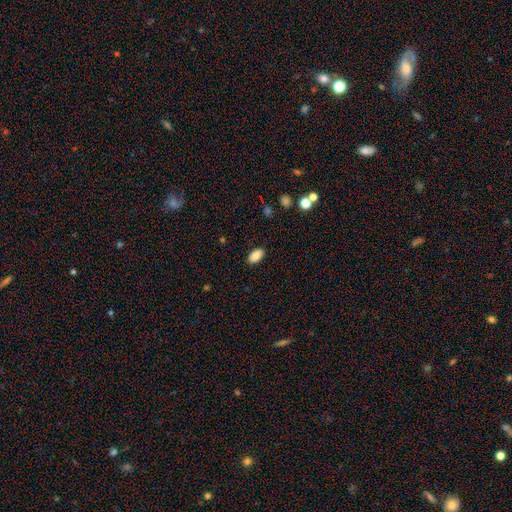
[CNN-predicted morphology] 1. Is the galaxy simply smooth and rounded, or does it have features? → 87% smooth, 8% star or artifact, 5% featured or disk.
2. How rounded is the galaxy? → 94% in between, 4% round, 2% cigar-shaped.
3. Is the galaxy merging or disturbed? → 88% none, 9% minor disturbance, 2% major disturbance, 1% merger.